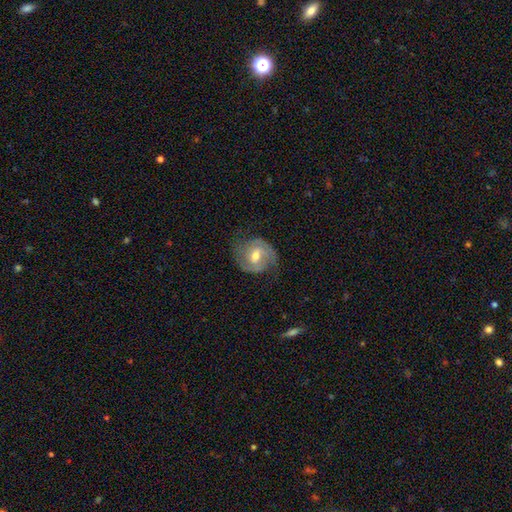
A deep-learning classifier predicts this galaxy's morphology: Smooth or featured? featured or disk (73%)
Edge-on disk? no (97%)
Bar? weak (49%)
Spiral arms? yes (90%)
Spiral winding? medium (45%)
Spiral arm count? 2 (82%)
Bulge size? moderate (72%)
Merging? none (71%)